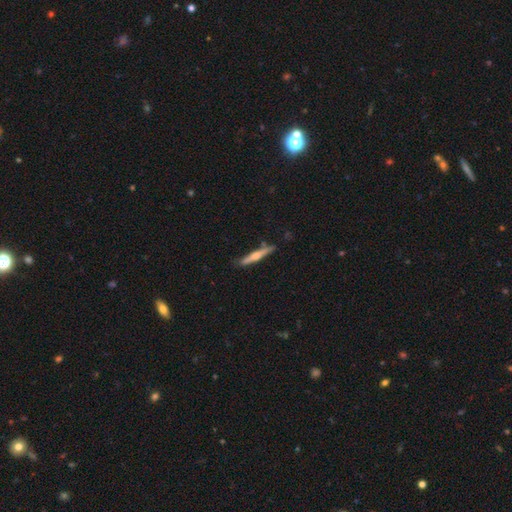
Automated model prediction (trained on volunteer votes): Morphology: type=featured or disk (51%); edge-on=yes (97%); merging=none (81%).